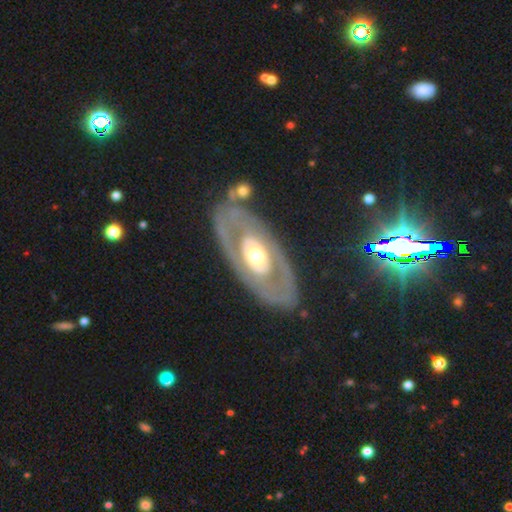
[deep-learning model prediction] This is likely a featured or disk galaxy (75%). It is clearly not viewed edge-on (90%). Bar: clearly no (84%). Spiral arm pattern: likely no (70%). Central bulge: likely moderate (69%). Merging: likely none (78%).